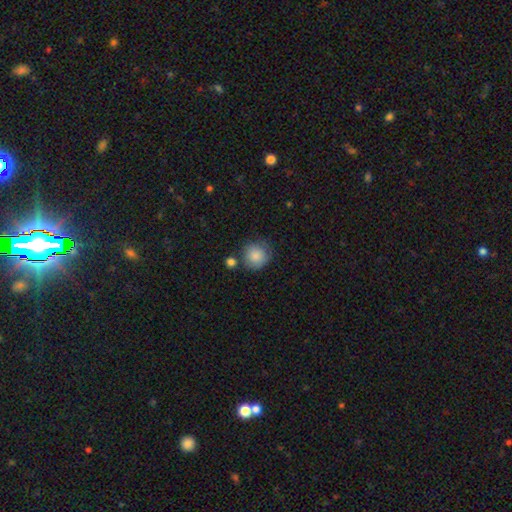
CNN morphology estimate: Q: Smooth or featured?
A: smooth (86%); runner-up: star or artifact (8%)
Q: How rounded?
A: round (90%); runner-up: in between (10%)
Q: Merging?
A: none (69%); runner-up: minor disturbance (16%)